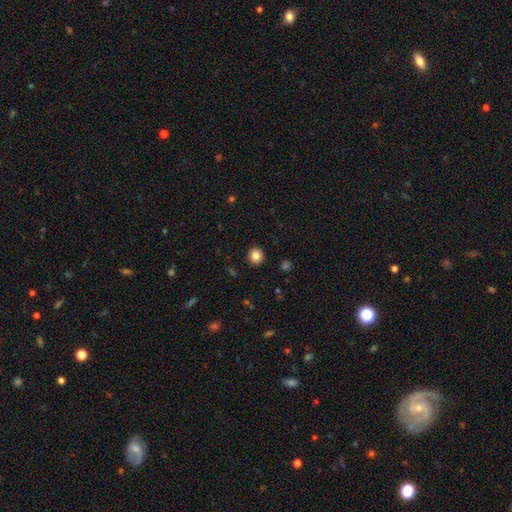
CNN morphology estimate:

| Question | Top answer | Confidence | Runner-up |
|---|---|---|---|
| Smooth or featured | smooth | 84% | star or artifact (11%) |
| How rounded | round | 91% | in between (8%) |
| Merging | none | 93% | minor disturbance (5%) |